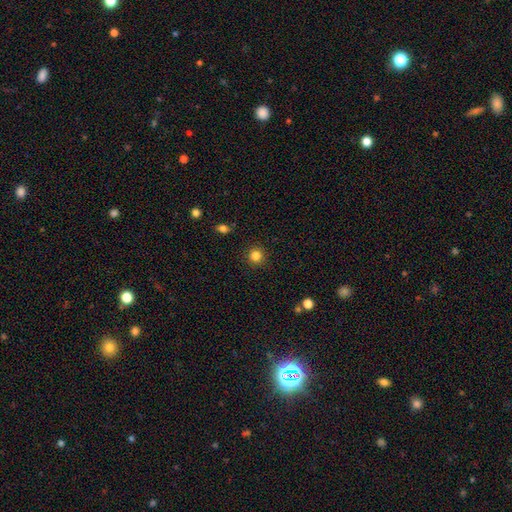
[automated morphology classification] Smooth or featured: smooth — 84% (star or artifact — 12%)
How rounded: round — 94% (in between — 5%)
Merging: none — 91% (minor disturbance — 5%)